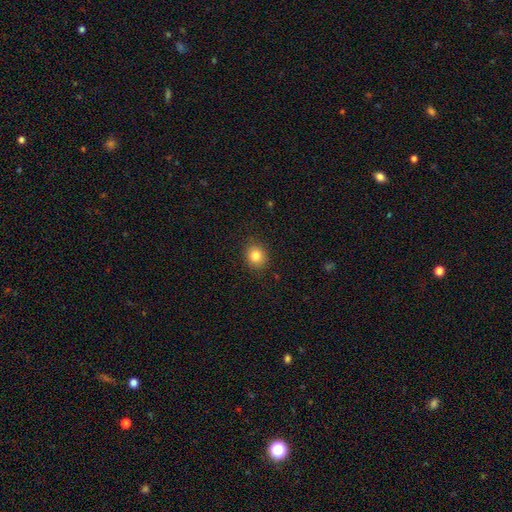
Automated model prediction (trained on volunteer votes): Morphology: type=smooth (83%); roundness=round (71%); merging=none (89%).